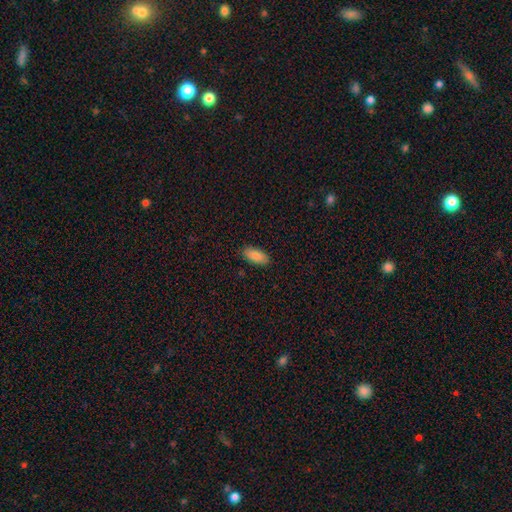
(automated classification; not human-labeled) A smooth galaxy with no disk features (87%) that is in between round and cigar-shaped (90%).

Vote fractions:
- Smooth or featured? smooth: 87% / featured or disk: 7% / star or artifact: 6%
- How rounded? in between: 90% / cigar-shaped: 8% / round: 2%
- Merging? none: 89% / minor disturbance: 9% / major disturbance: 2% / merger: 1%